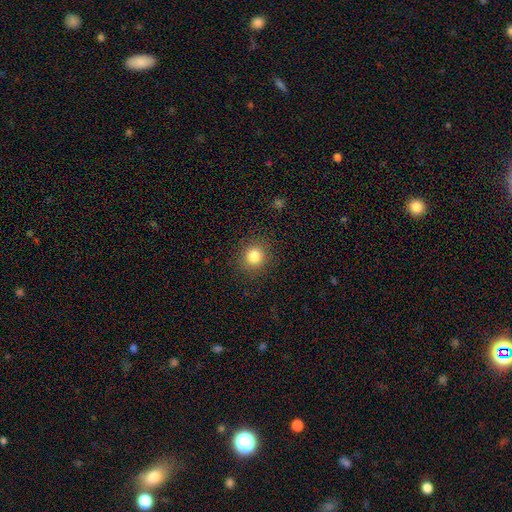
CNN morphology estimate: Smooth or featured? Predicted: smooth (p=0.82). How rounded? Predicted: round (p=0.89). Merging? Predicted: none (p=0.90).